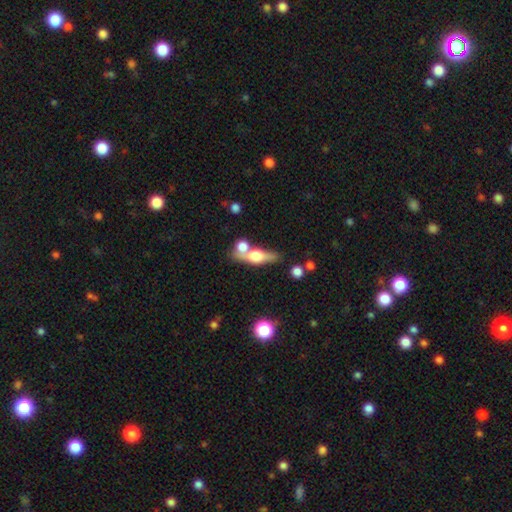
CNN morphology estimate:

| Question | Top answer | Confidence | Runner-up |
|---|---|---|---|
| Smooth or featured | featured or disk | 48% | smooth (44%) |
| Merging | none | 54% | merger (29%) |